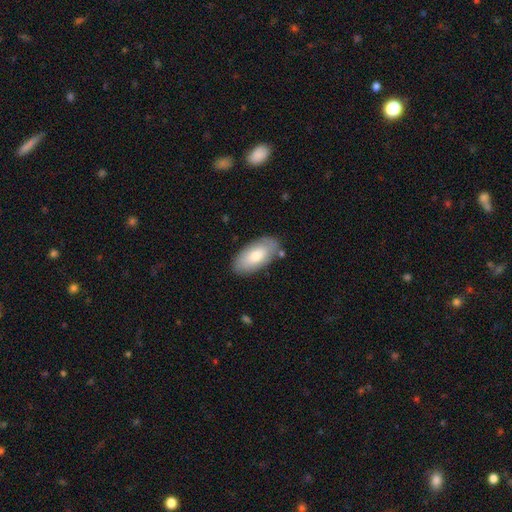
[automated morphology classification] A smooth galaxy with no disk features (75%) that is in between round and cigar-shaped (93%).

Vote fractions:
- Smooth or featured? smooth: 75% / featured or disk: 19% / star or artifact: 6%
- How rounded? in between: 93% / cigar-shaped: 4% / round: 2%
- Merging? none: 80% / minor disturbance: 13% / merger: 3% / major disturbance: 3%